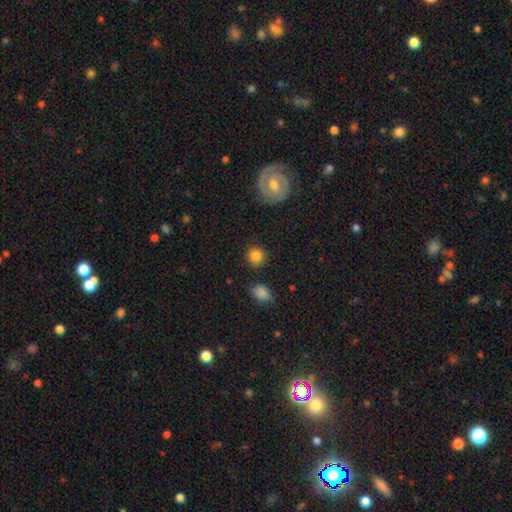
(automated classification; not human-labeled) The model was most divided on "smooth or featured": smooth: 85%, star or artifact: 9%, featured or disk: 6%. More confident: how rounded — round (88%); merging — none (86%).